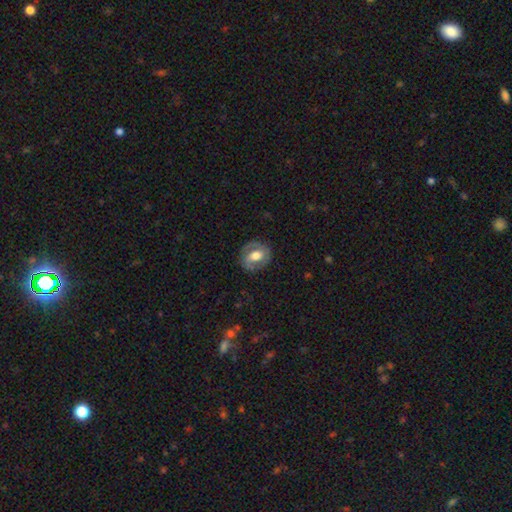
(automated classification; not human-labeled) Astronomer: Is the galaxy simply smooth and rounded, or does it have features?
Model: featured or disk — 60%.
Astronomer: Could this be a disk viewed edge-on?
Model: no — 96%.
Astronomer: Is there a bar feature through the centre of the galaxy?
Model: no — 39% (runner-up: weak, 38%).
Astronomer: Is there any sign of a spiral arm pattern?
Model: yes — 66%.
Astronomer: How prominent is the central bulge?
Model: moderate — 61%.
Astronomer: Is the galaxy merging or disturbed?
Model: none — 80%.